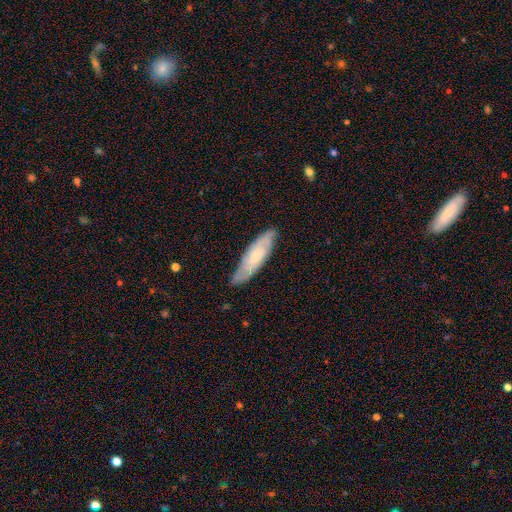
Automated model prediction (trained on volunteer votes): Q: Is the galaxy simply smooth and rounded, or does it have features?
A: featured or disk — 51%.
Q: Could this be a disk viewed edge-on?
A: no — 71%.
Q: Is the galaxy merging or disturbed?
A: none — 80%.